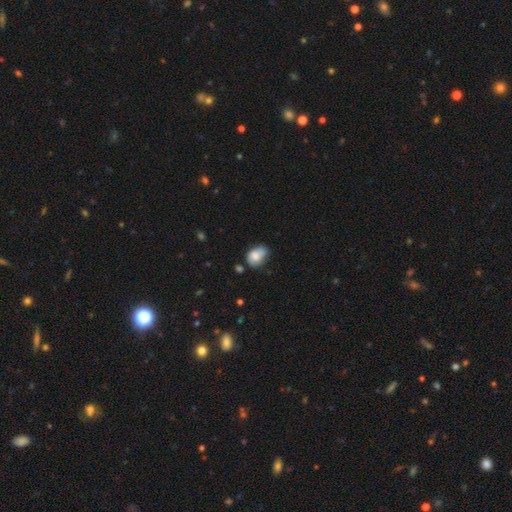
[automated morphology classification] Smooth or featured?
  - smooth: 77% *
  - featured or disk: 14%
  - star or artifact: 9%
How rounded?
  - in between: 76% *
  - round: 23%
  - cigar-shaped: 1%
Merging?
  - none: 44% *
  - minor disturbance: 38%
  - major disturbance: 11%
  - merger: 8%